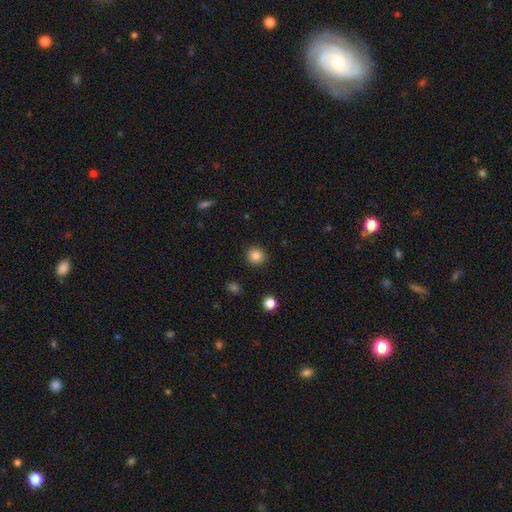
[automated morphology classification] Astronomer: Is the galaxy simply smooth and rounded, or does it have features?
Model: smooth — 85%.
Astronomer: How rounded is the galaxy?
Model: round — 88%.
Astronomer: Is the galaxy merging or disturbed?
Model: none — 91%.